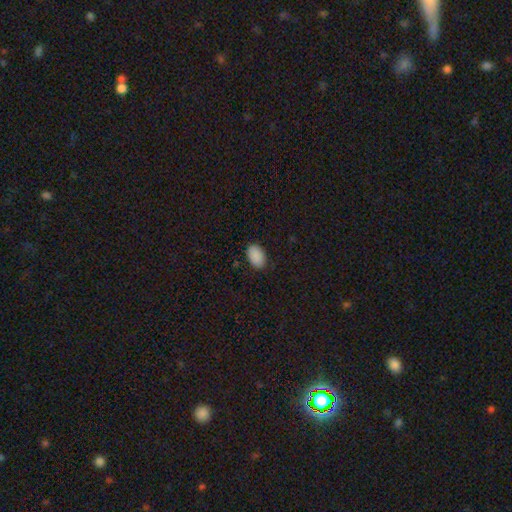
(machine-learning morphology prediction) A smooth galaxy with no disk features (89%) that is in between round and cigar-shaped (90%). Merging: none (87%).